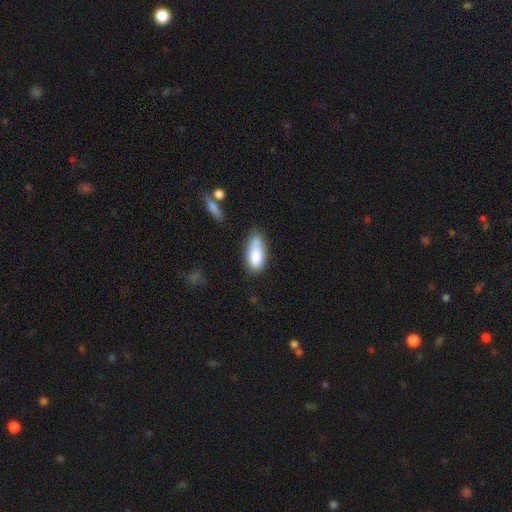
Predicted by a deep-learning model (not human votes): Overall: smooth (83%). How rounded: in between (86%). Merging: none (52%; minor disturbance 30%).